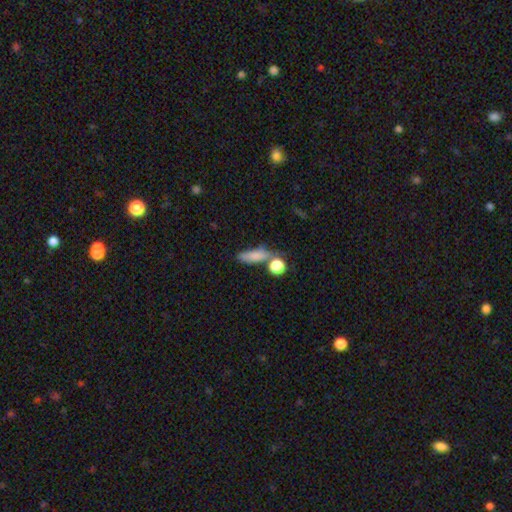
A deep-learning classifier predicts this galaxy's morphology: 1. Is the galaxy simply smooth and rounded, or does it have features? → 78% smooth, 12% featured or disk, 10% star or artifact.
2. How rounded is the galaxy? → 46% cigar-shaped, 42% in between, 12% round.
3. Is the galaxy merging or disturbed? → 59% none, 18% merger, 16% minor disturbance, 7% major disturbance.